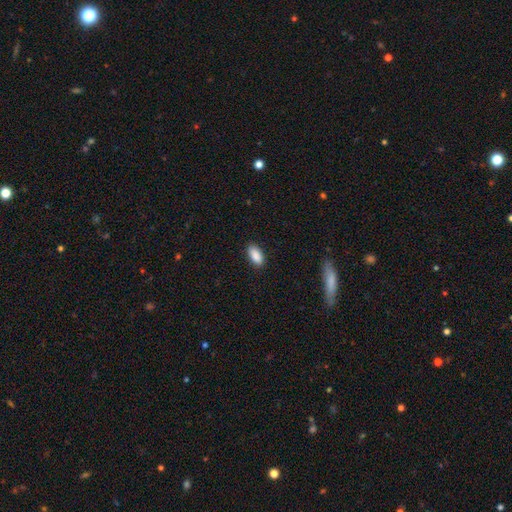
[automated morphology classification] Smooth or featured? smooth (89%)
How rounded? in between (90%)
Merging? none (88%)